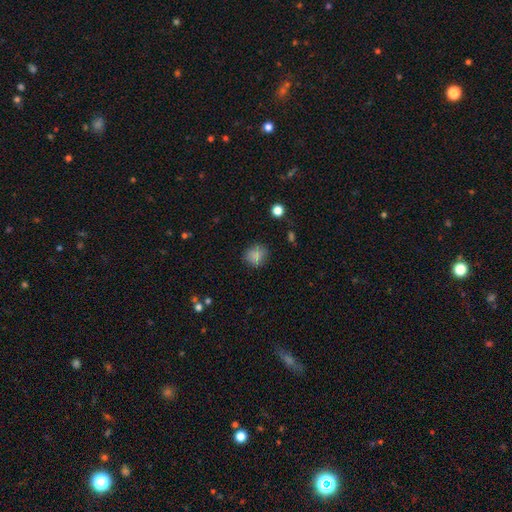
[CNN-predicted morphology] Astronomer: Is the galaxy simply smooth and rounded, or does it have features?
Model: smooth — 83%.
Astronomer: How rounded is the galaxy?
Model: round — 79%.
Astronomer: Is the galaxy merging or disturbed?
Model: none — 78%.